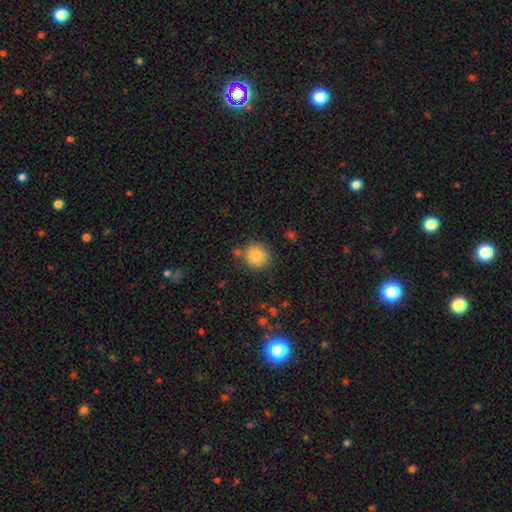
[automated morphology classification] This is clearly a smooth galaxy (80%). How rounded: clearly round (89%). Merging: clearly none (82%).